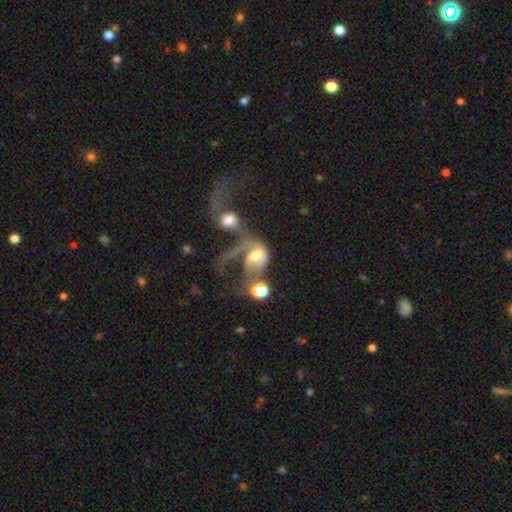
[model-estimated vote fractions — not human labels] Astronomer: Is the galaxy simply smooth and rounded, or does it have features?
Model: featured or disk — 60%.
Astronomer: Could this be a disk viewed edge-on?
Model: no — 95%.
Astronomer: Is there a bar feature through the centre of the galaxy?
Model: no — 57%.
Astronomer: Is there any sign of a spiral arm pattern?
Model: yes — 67%.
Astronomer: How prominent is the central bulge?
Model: moderate — 55%.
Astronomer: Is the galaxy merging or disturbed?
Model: merger — 65%.